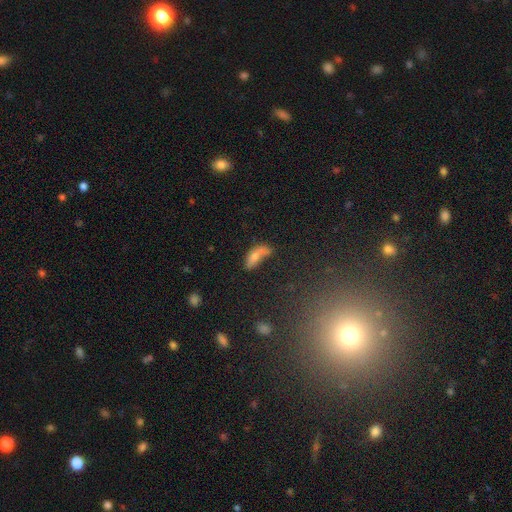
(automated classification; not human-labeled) Smooth or featured: smooth — 66% (featured or disk — 23%)
How rounded: in between — 72% (cigar-shaped — 24%)
Merging: none — 33% (minor disturbance — 25%)